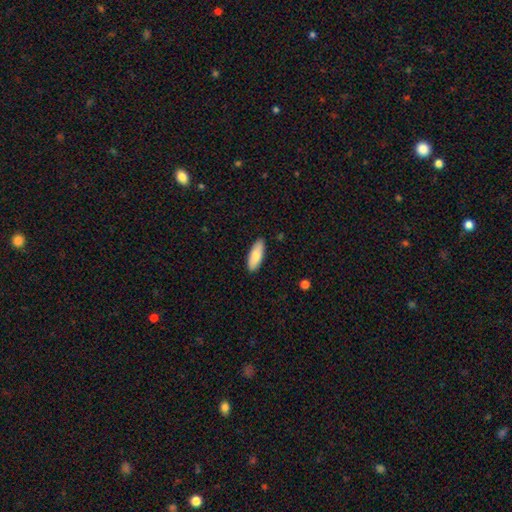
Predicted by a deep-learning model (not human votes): smooth 81%, featured or disk 13%, star or artifact 6%. Down the decision tree: how rounded — in between (74%); merging — none (89%).